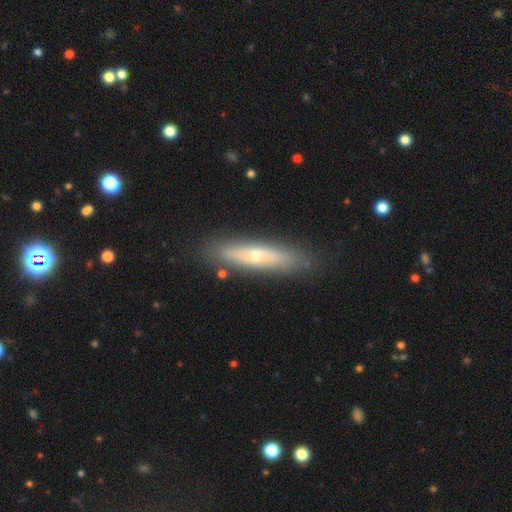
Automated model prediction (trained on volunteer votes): Overall: featured or disk (49%; smooth 44%). Merging: none (84%).